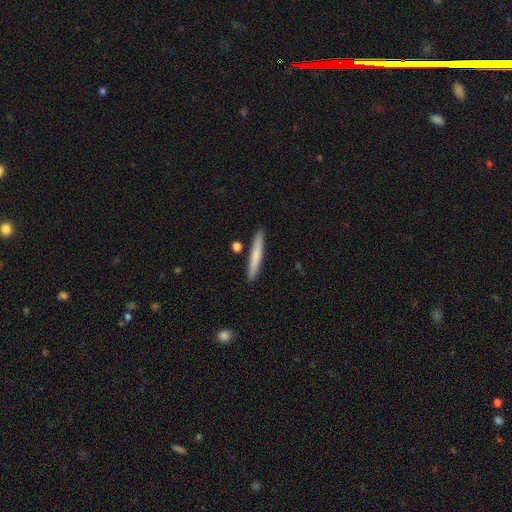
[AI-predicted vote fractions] Morphology: type=smooth (70%); roundness=cigar-shaped (96%); merging=none (89%).